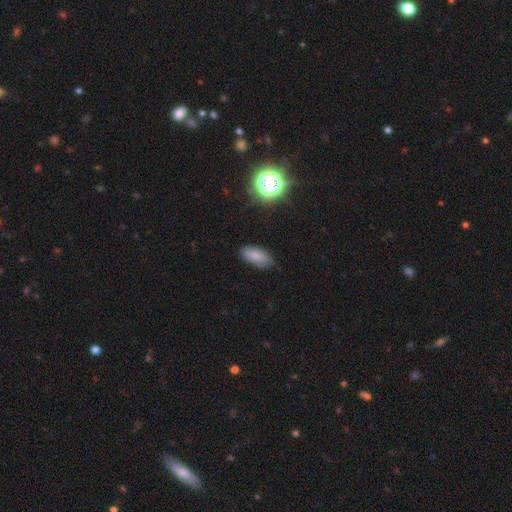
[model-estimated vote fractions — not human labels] A smooth galaxy with no disk features (79%) that is in between round and cigar-shaped (90%).

Vote fractions:
- Smooth or featured? smooth: 79% / featured or disk: 11% / star or artifact: 10%
- How rounded? in between: 90% / cigar-shaped: 6% / round: 3%
- Merging? none: 81% / minor disturbance: 15% / major disturbance: 3% / merger: 1%